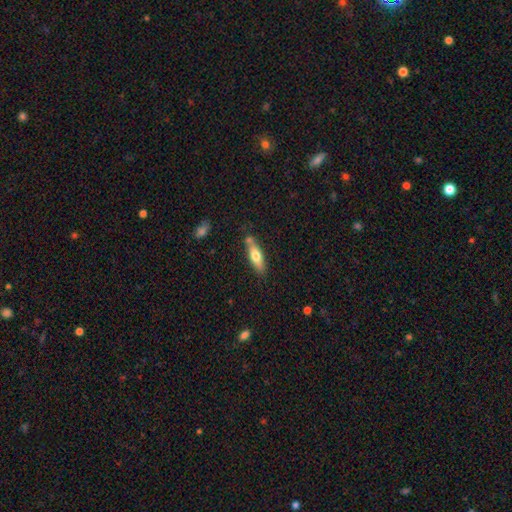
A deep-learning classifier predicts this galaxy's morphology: Smooth or featured? smooth (64%)
How rounded? cigar-shaped (54%)
Merging? none (68%)